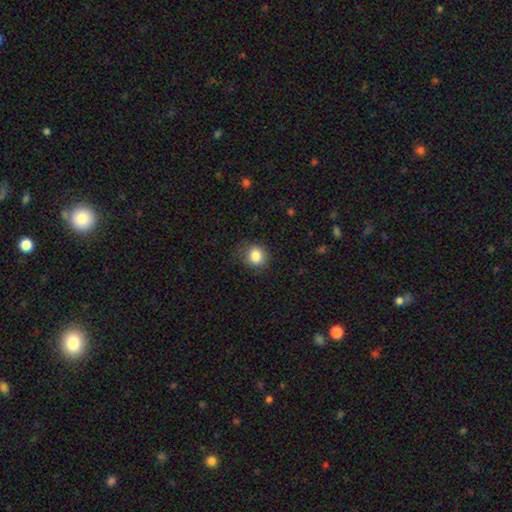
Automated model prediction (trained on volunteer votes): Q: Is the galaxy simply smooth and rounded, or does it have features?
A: smooth — 85%.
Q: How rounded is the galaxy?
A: round — 72%.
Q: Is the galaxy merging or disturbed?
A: none — 79%.